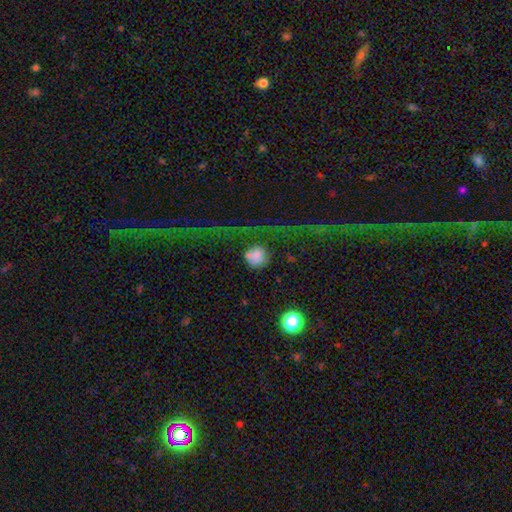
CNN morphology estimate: Smooth or featured? smooth (73%)
How rounded? round (92%)
Merging? none (51%)